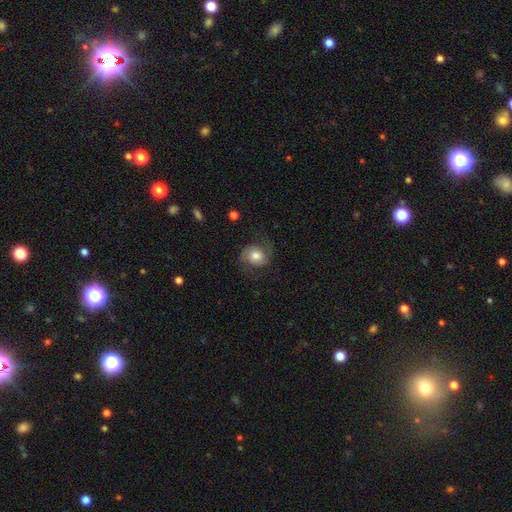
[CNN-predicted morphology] smooth_or_featured: featured or disk (p=0.57) [alt: smooth p=0.35]
disk_edge_on: no (p=0.97) [alt: yes p=0.03]
bar: no (p=0.70) [alt: weak p=0.24]
has_spiral_arms: yes (p=0.90) [alt: no p=0.10]
spiral_winding: medium (p=0.44) [alt: loose p=0.40]
spiral_arm_count: 2 (p=0.90) [alt: can't tell p=0.04]
bulge_size: moderate (p=0.58) [alt: large p=0.21]
merging: none (p=0.68) [alt: minor disturbance p=0.17]